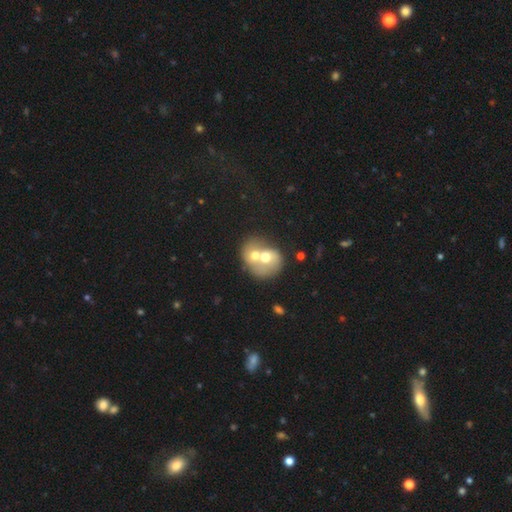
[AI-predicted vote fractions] Smooth or featured? Predicted: smooth (p=0.52). How rounded? Predicted: round (p=0.62). Merging? Predicted: merger (p=0.78).